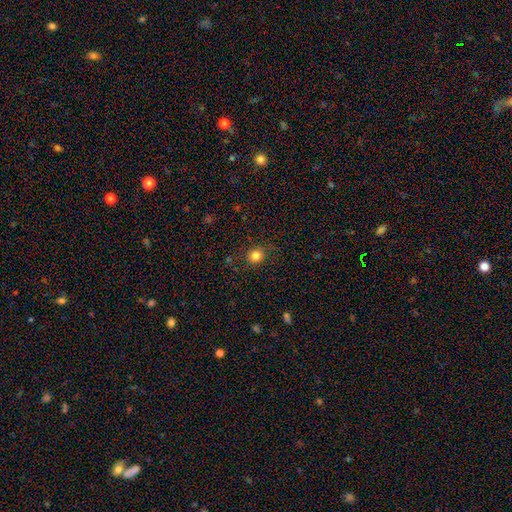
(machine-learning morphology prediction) smooth-or-featured: smooth: 83% | star or artifact: 12% | featured or disk: 5%
  how-rounded: round: 83% | in between: 16% | cigar-shaped: 1%
  merging: none: 85% | minor disturbance: 10% | major disturbance: 4% | merger: 1%